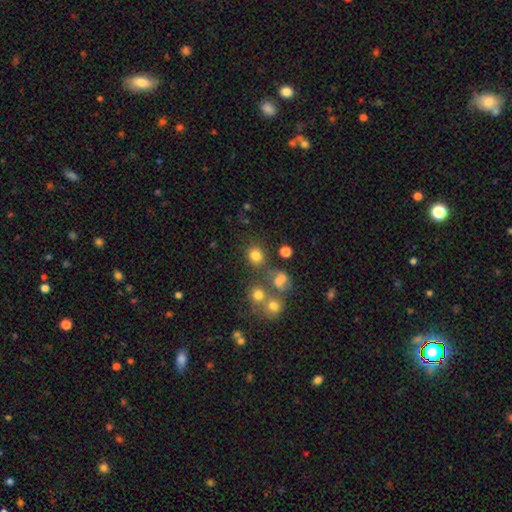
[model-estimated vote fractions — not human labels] This is likely a smooth galaxy (79%). How rounded: likely round (78%). Merging: likely none (69%).